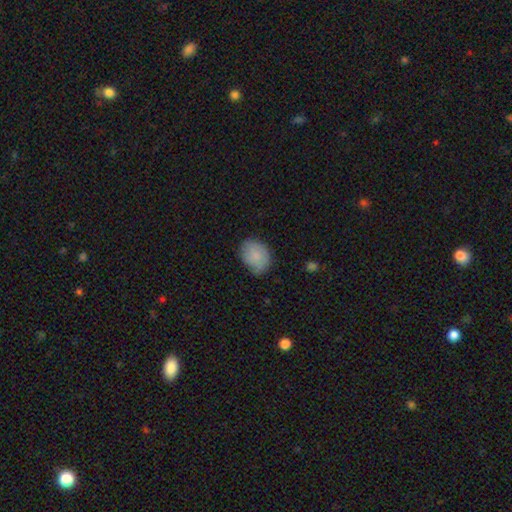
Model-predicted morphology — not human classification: Smooth or featured? smooth (81%)
How rounded? in between (66%)
Merging? none (68%)